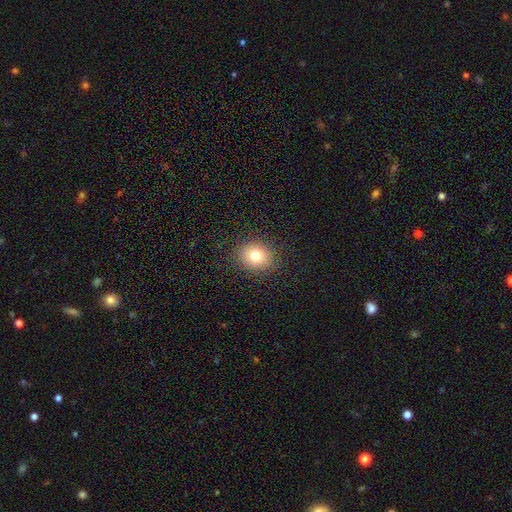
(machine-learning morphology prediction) smooth_or_featured: smooth (p=0.78) [alt: star or artifact p=0.12]
how_rounded: round (p=0.66) [alt: in between p=0.33]
merging: none (p=0.89) [alt: minor disturbance p=0.07]